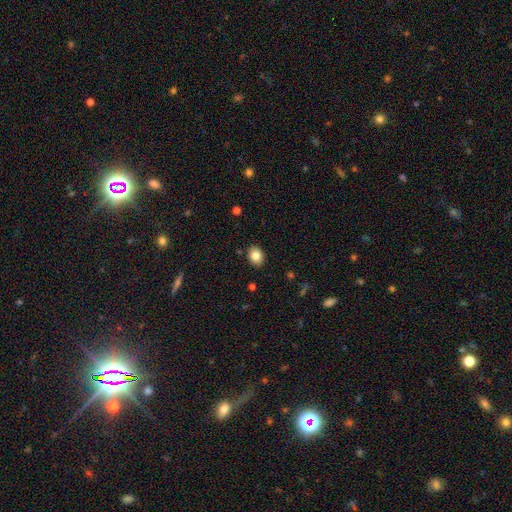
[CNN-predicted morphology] Smooth or featured?
  - smooth: 83% *
  - star or artifact: 9%
  - featured or disk: 8%
How rounded?
  - in between: 59% *
  - round: 40%
  - cigar-shaped: 1%
Merging?
  - none: 89% *
  - minor disturbance: 8%
  - major disturbance: 2%
  - merger: 1%